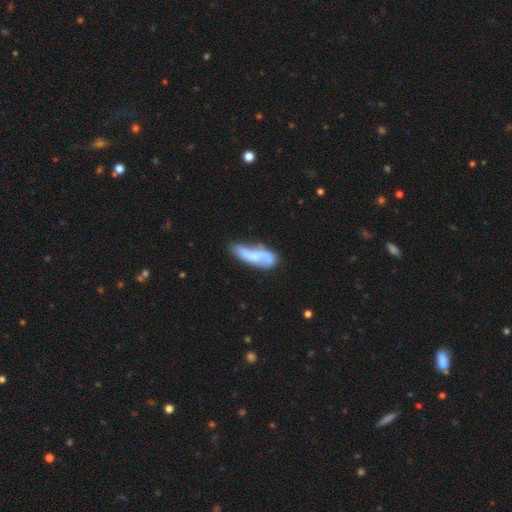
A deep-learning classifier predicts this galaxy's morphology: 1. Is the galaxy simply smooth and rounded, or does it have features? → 53% featured or disk, 41% smooth, 7% star or artifact.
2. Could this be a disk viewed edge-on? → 87% no, 13% yes.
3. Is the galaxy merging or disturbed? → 45% none, 30% minor disturbance, 16% major disturbance, 10% merger.